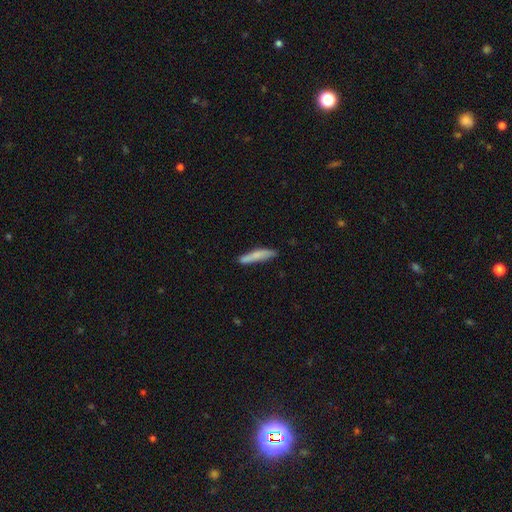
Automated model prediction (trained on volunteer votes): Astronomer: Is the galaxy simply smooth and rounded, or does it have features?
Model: smooth — 74%.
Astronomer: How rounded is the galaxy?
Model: cigar-shaped — 90%.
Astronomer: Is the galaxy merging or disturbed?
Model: none — 78%.